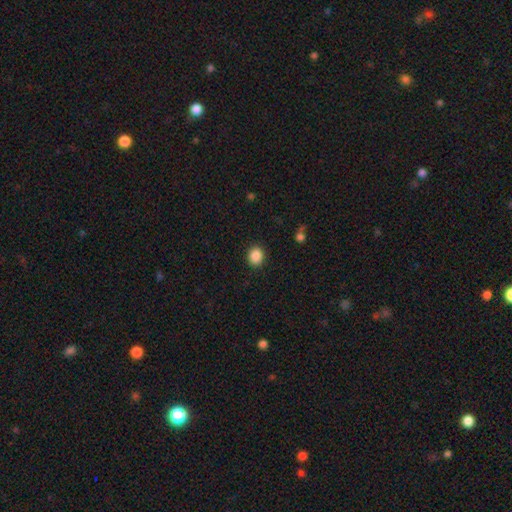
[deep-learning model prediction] Morphology: type=smooth (88%); roundness=round (69%); merging=none (90%).